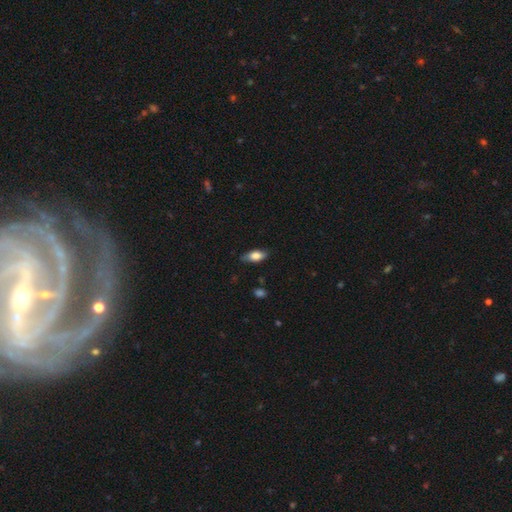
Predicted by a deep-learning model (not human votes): smooth_or_featured: smooth (p=0.77) [alt: featured or disk p=0.17]
how_rounded: in between (p=0.85) [alt: cigar-shaped p=0.11]
merging: none (p=0.80) [alt: minor disturbance p=0.16]